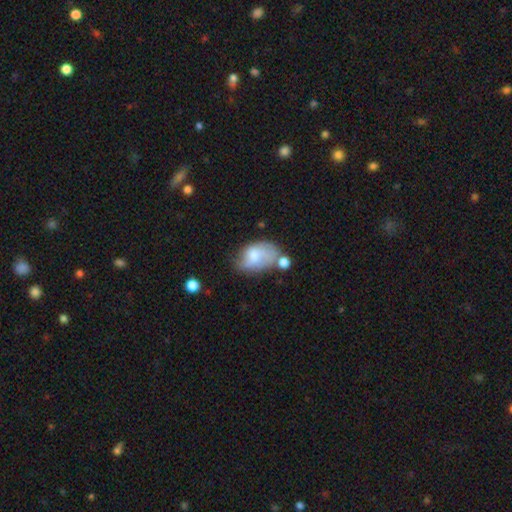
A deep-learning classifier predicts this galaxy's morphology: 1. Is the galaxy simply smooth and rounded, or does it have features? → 57% smooth, 35% featured or disk, 8% star or artifact.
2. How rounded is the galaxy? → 87% in between, 11% round, 2% cigar-shaped.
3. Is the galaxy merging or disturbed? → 32% none, 27% minor disturbance, 21% merger, 20% major disturbance.